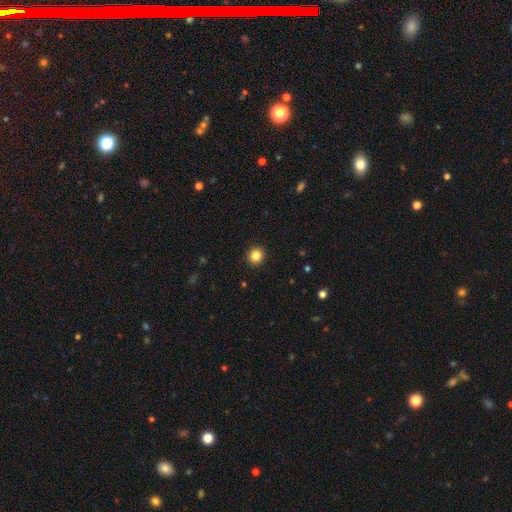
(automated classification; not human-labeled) This appears to be a smooth galaxy with no disk features (85%) that is round (92%). Merging: none (93%).